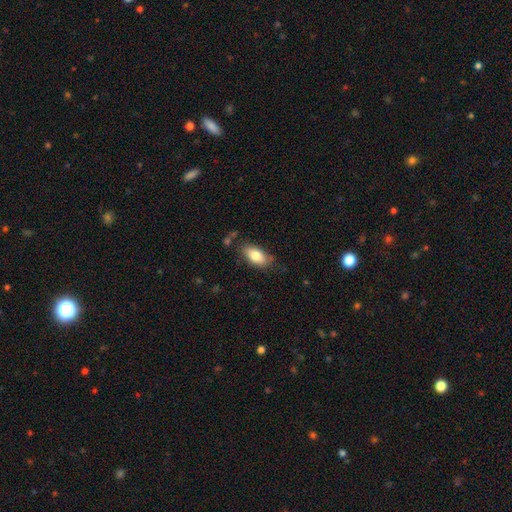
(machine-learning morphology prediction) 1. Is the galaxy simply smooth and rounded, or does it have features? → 80% smooth, 13% featured or disk, 7% star or artifact.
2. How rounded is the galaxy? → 91% in between, 6% cigar-shaped, 4% round.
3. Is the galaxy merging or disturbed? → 74% none, 18% minor disturbance, 4% major disturbance, 3% merger.